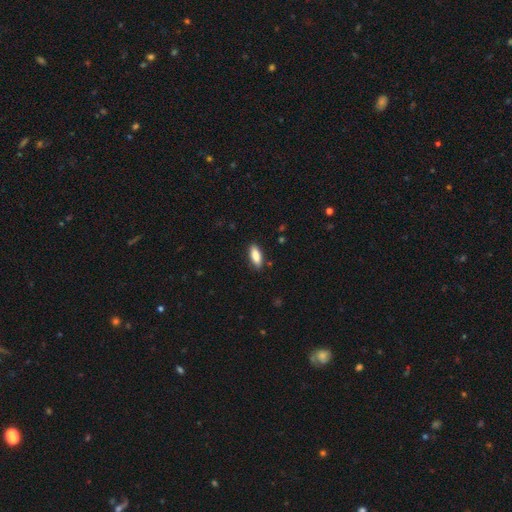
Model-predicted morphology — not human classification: smooth 85%, featured or disk 9%, star or artifact 6%. Down the decision tree: how rounded — in between (72%); merging — none (86%).